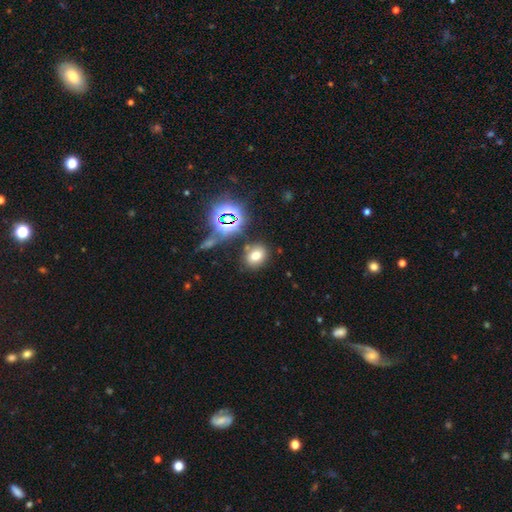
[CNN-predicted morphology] This appears to be a smooth galaxy with no disk features (67%) that is in between round and cigar-shaped (54%). Merging: none (78%).